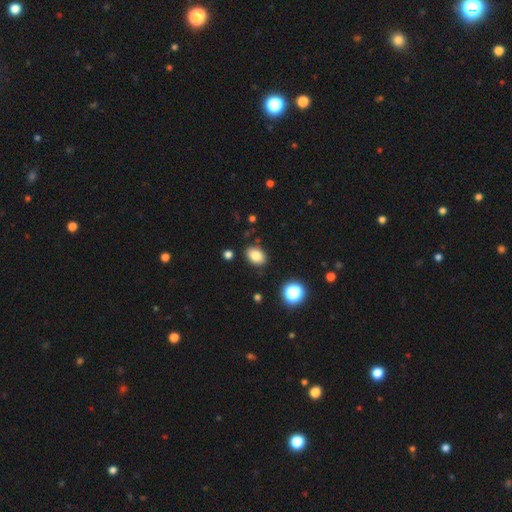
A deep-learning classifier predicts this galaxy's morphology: This is clearly a smooth galaxy (83%). How rounded: likely in between (77%). Merging: clearly none (86%).